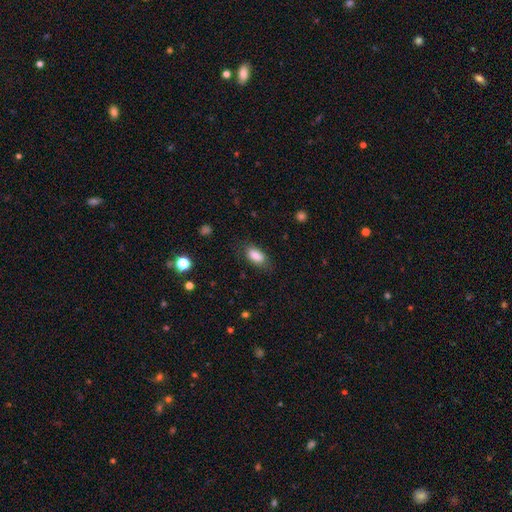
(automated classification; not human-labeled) Smooth or featured: smooth — 85% (featured or disk — 8%)
How rounded: in between — 90% (cigar-shaped — 6%)
Merging: none — 76% (minor disturbance — 17%)